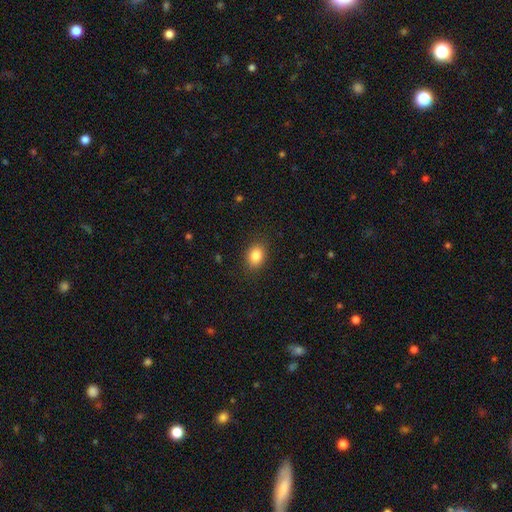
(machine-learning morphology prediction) Overall: smooth (85%). How rounded: in between (70%). Merging: none (87%).